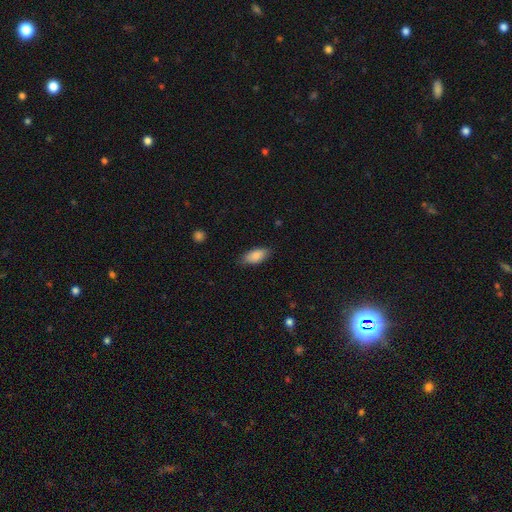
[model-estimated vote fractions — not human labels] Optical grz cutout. It shows a smooth galaxy with no disk features (87%) that is in between round and cigar-shaped (89%). Merging: none (82%).